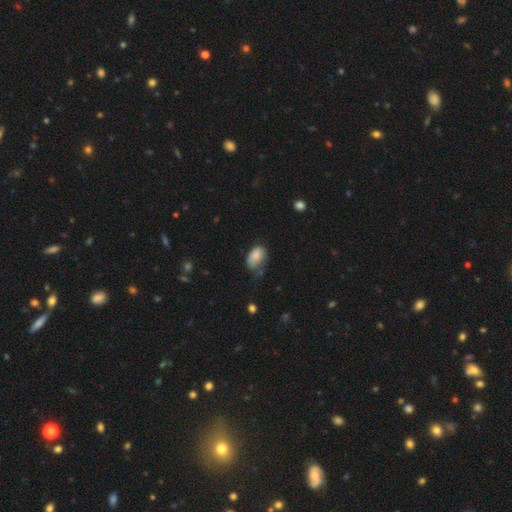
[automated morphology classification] A smooth galaxy with no disk features (83%) that is in between round and cigar-shaped (88%).

Vote fractions:
- Smooth or featured? smooth: 83% / featured or disk: 9% / star or artifact: 8%
- How rounded? in between: 88% / round: 11% / cigar-shaped: 1%
- Merging? none: 42% / minor disturbance: 38% / major disturbance: 15% / merger: 5%